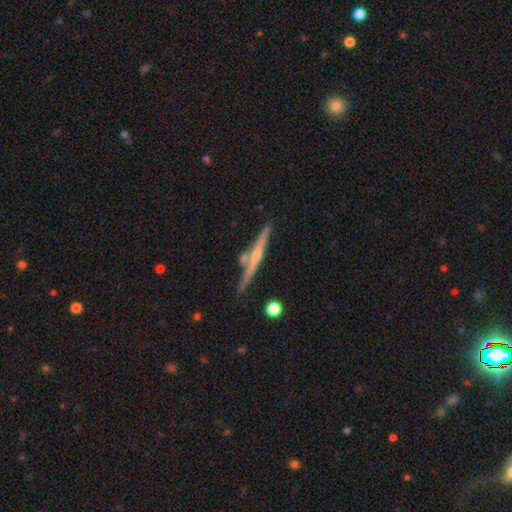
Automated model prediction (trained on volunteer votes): Morphology: type=featured or disk (70%); edge-on=yes (97%); edge-on bulge=rounded (70%); merging=none (73%).